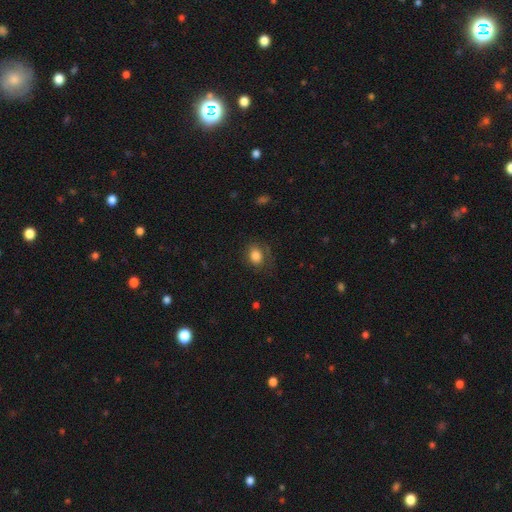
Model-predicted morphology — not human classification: Smooth or featured?
  - smooth: 81% *
  - star or artifact: 10%
  - featured or disk: 9%
How rounded?
  - round: 50% *
  - in between: 49%
  - cigar-shaped: 1%
Merging?
  - none: 69% *
  - minor disturbance: 19%
  - major disturbance: 10%
  - merger: 1%